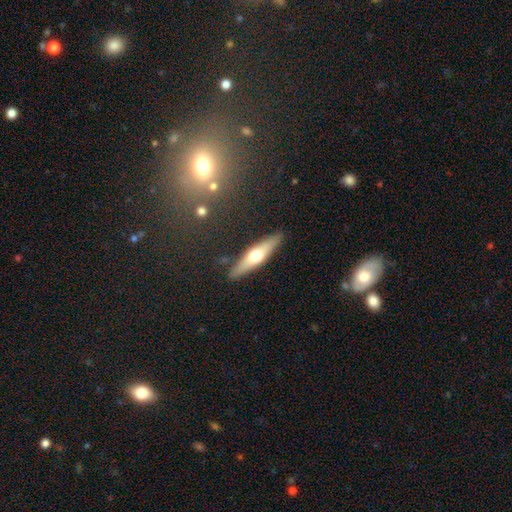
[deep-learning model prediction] Q: Smooth or featured?
A: featured or disk (51%); runner-up: smooth (43%)
Q: Edge-on disk?
A: yes (91%); runner-up: no (9%)
Q: Merging?
A: none (89%); runner-up: minor disturbance (8%)